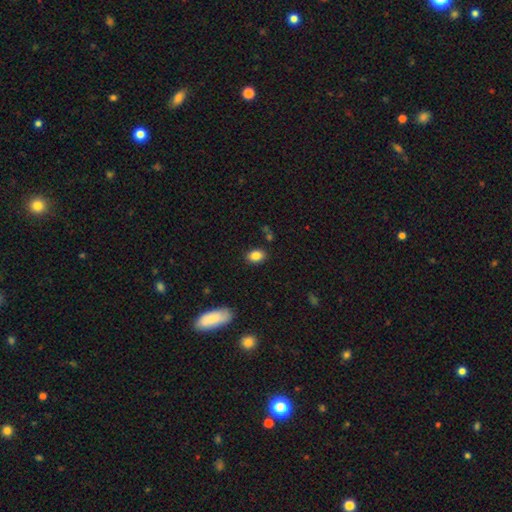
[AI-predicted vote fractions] The model was most divided on "how rounded": in between: 75%, round: 23%, cigar-shaped: 1%. More confident: merging — none (85%); smooth or featured — smooth (85%).